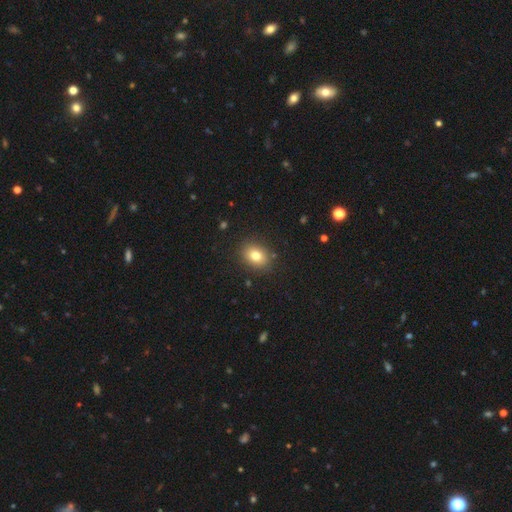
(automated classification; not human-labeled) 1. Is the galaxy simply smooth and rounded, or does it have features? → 80% smooth, 11% star or artifact, 10% featured or disk.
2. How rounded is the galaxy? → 61% in between, 38% round, 1% cigar-shaped.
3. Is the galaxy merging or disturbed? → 87% none, 9% minor disturbance, 3% major disturbance, 1% merger.